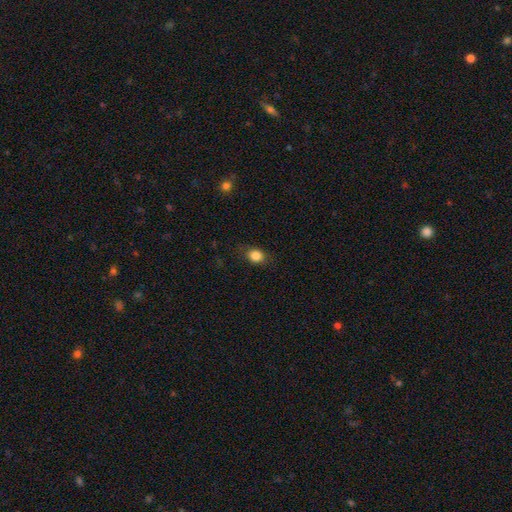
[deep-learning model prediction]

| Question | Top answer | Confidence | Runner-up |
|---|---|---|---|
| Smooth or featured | smooth | 84% | star or artifact (10%) |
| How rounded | round | 51% | in between (48%) |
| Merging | none | 79% | minor disturbance (15%) |